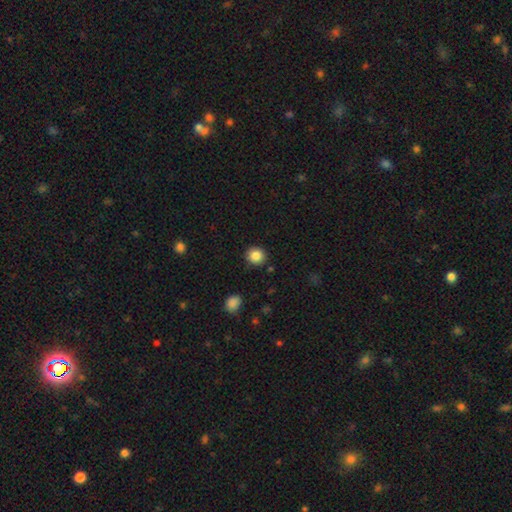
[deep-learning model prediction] Q: Smooth or featured?
A: smooth (86%); runner-up: star or artifact (10%)
Q: How rounded?
A: round (87%); runner-up: in between (12%)
Q: Merging?
A: none (89%); runner-up: minor disturbance (7%)